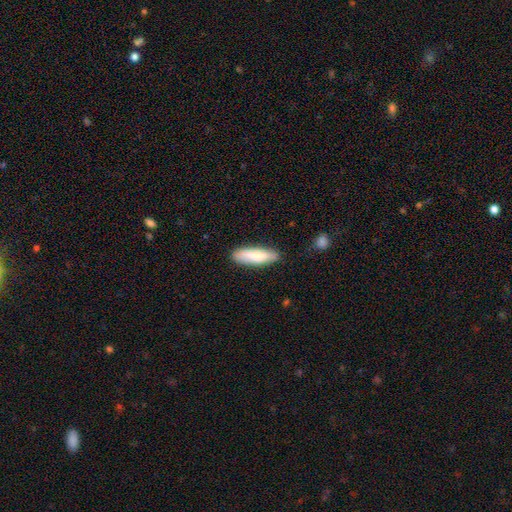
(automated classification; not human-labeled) This appears to be a smooth galaxy with no disk features (76%) that is cigar-shaped (61%). Merging: none (84%).